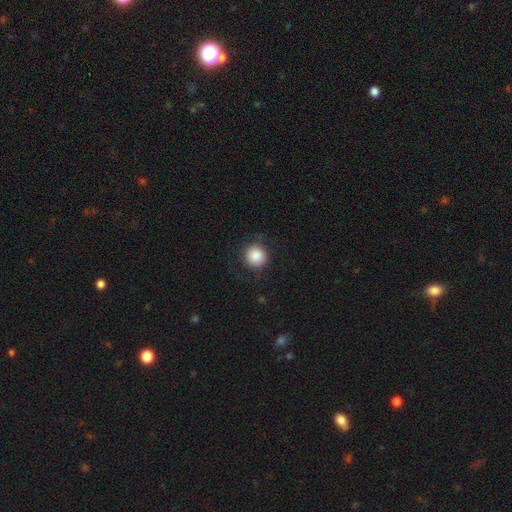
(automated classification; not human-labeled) Smooth or featured? Predicted: smooth (p=0.86). How rounded? Predicted: round (p=0.93). Merging? Predicted: none (p=0.82).